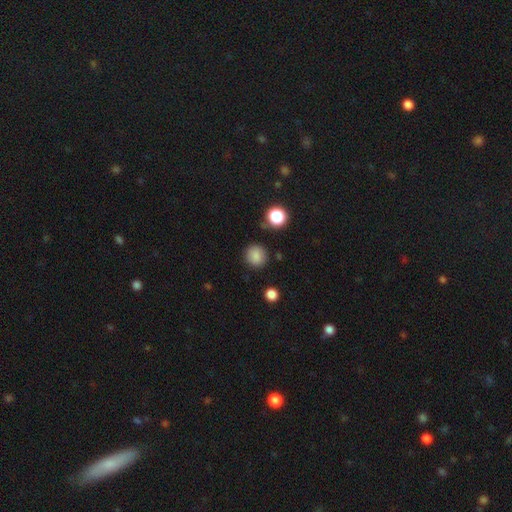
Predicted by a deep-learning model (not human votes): The model was most divided on "smooth or featured": smooth: 85%, star or artifact: 11%, featured or disk: 4%. More confident: how rounded — round (94%); merging — none (88%).